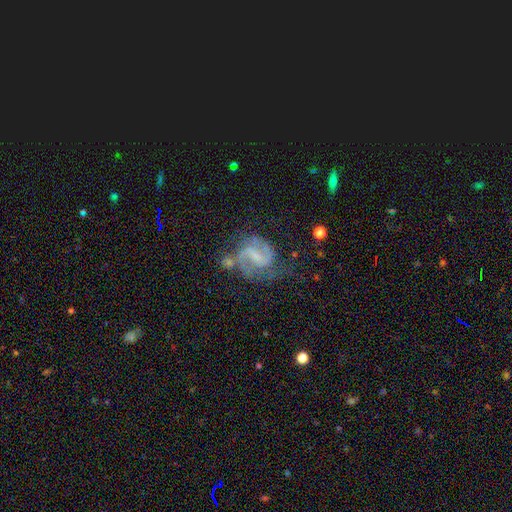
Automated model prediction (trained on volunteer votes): This is clearly a featured or disk galaxy (85%). It is clearly not viewed edge-on (98%). Bar: possibly weak (51%). Spiral arm pattern: clearly yes (95%). Spiral arm count: clearly 2 (88%). Spiral winding: possibly medium (56%). Central bulge: possibly small (47%). Merging: possibly none (55%).